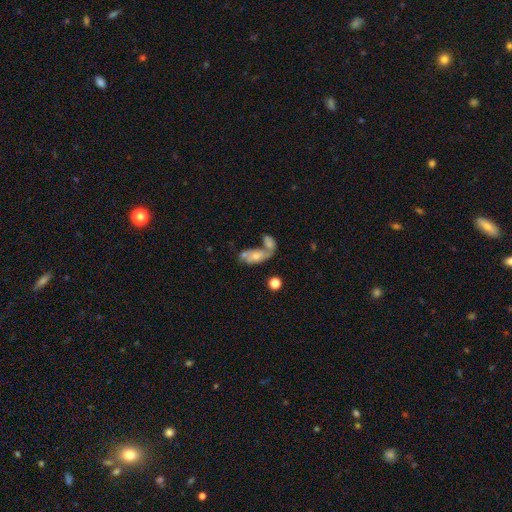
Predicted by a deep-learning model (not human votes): Q: Smooth or featured?
A: smooth (49%); runner-up: featured or disk (42%)
Q: Merging?
A: merger (55%); runner-up: none (22%)